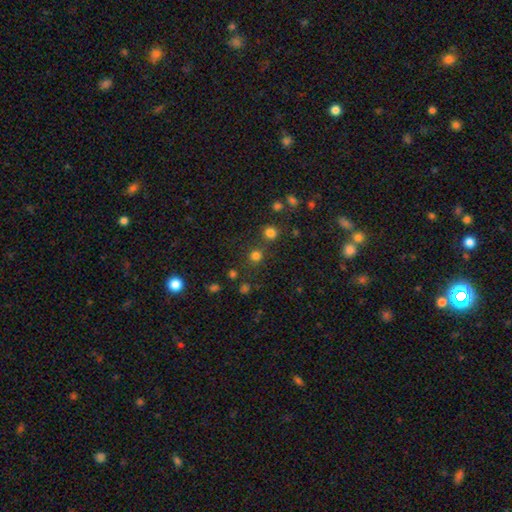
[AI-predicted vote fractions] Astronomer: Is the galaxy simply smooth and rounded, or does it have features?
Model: smooth — 75%.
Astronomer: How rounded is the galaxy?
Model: round — 90%.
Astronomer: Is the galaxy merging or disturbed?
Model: none — 76%.